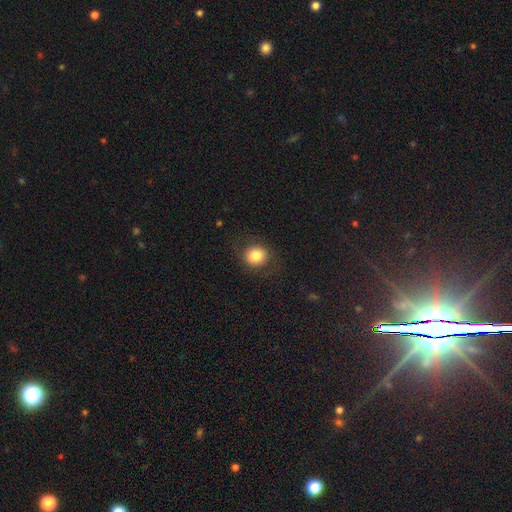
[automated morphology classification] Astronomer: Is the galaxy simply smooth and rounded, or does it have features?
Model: smooth — 82%.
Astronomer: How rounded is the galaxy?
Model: round — 83%.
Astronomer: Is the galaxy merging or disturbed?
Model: none — 83%.